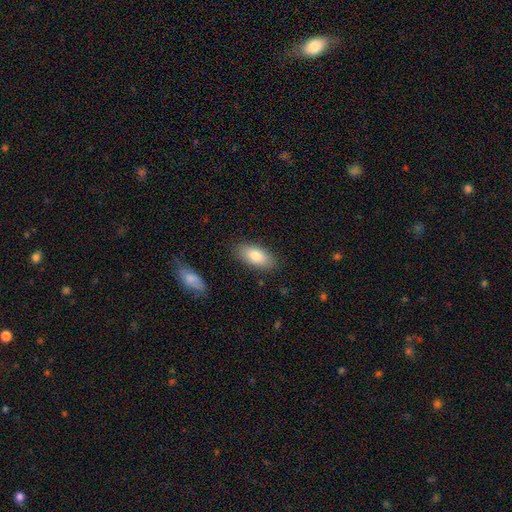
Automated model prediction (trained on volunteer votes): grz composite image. It shows a smooth galaxy with no disk features (83%) that is in between round and cigar-shaped (91%). Merging: none (85%).